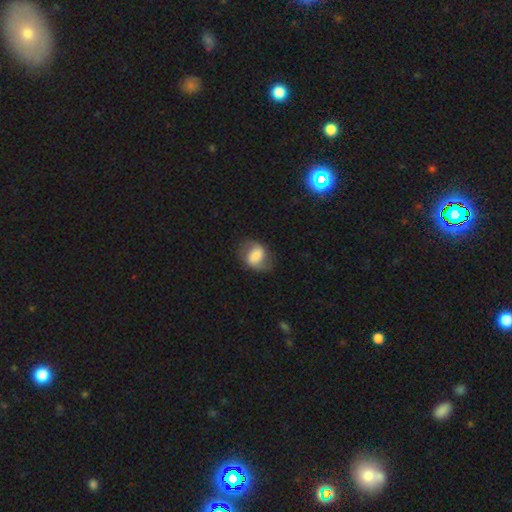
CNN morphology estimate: Smooth or featured? smooth (55%)
How rounded? in between (65%)
Merging? none (66%)